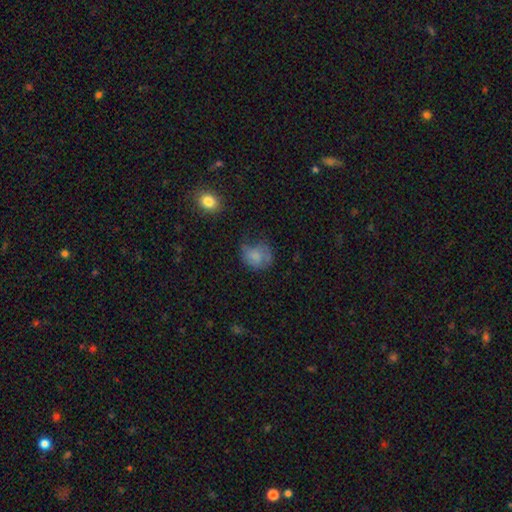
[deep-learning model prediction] The model was most divided on "merging": none: 44%, minor disturbance: 31%, major disturbance: 21%, merger: 3%. More confident: smooth or featured — smooth (67%); how rounded — round (64%).